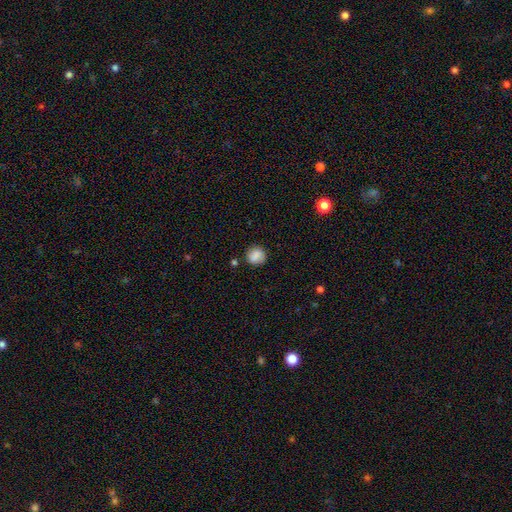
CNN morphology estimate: A smooth galaxy with no disk features (83%) that is round (86%). Merging: none (78%).